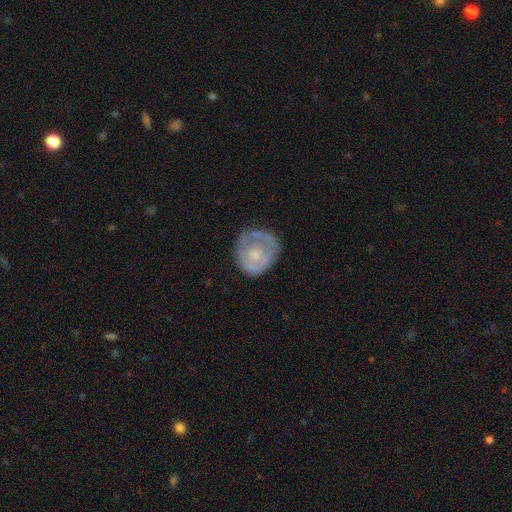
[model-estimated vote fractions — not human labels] Overall: featured or disk (55%; smooth 39%). Edge-on disk: no (97%). Bar: no (87%). Spiral arms: no (62%; yes 38%). Bulge size: small (51%; moderate 36%). Merging: none (63%; minor disturbance 23%).